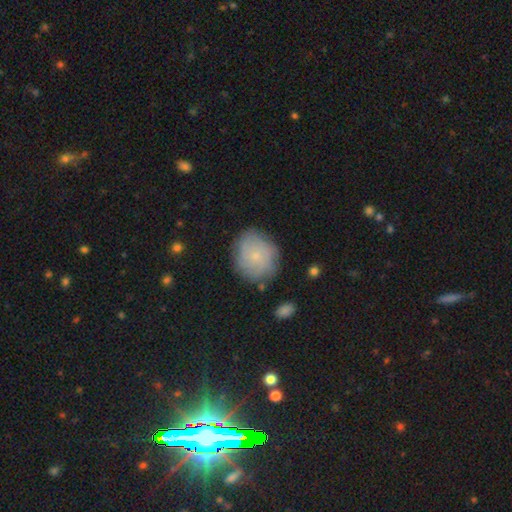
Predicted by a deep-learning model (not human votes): Smooth or featured?
  - smooth: 52% *
  - featured or disk: 39%
  - star or artifact: 9%
How rounded?
  - round: 81% *
  - in between: 18%
  - cigar-shaped: 1%
Merging?
  - none: 77% *
  - minor disturbance: 16%
  - major disturbance: 5%
  - merger: 2%